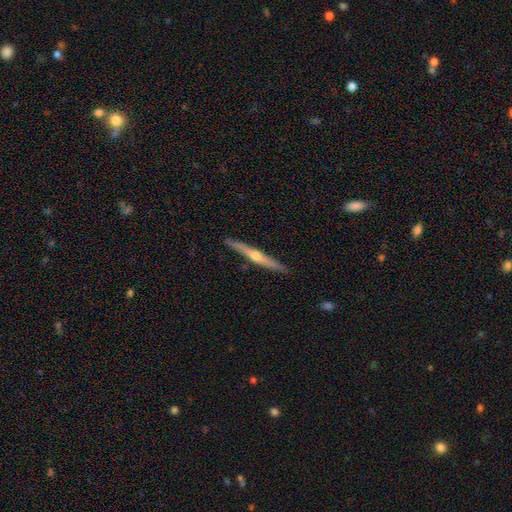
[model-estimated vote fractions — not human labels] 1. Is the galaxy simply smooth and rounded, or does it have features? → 73% featured or disk, 21% smooth, 6% star or artifact.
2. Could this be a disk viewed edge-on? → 98% yes, 2% no.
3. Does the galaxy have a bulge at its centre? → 88% rounded, 9% none, 2% boxy.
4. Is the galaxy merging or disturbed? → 91% none, 7% minor disturbance, 1% major disturbance, 1% merger.